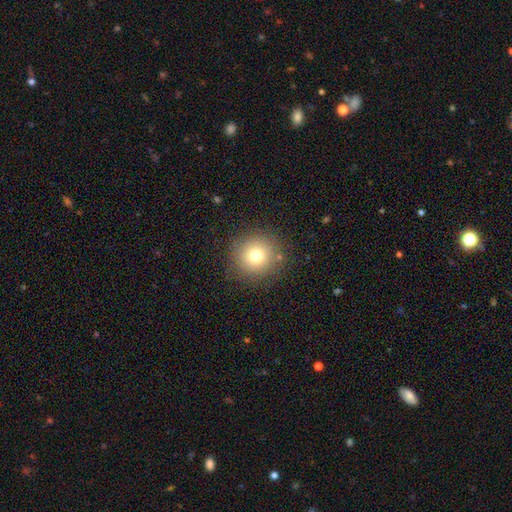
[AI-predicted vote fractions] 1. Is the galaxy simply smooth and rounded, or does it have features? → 75% smooth, 14% star or artifact, 11% featured or disk.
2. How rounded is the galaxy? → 94% round, 5% in between, 1% cigar-shaped.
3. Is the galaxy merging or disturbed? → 87% none, 8% minor disturbance, 3% major disturbance, 2% merger.